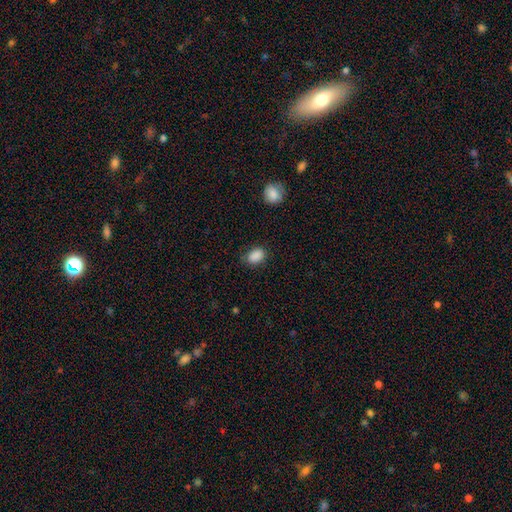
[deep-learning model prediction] This appears to be a smooth galaxy with no disk features (88%) that is in between round and cigar-shaped (76%). Merging: none (77%).